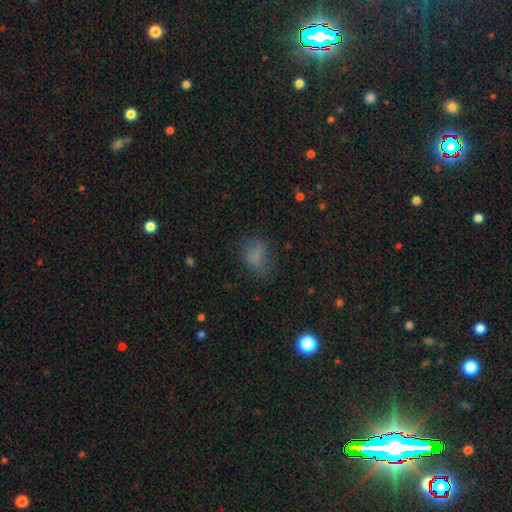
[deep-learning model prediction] A smooth galaxy with no disk features (73%) that is in between round and cigar-shaped (72%). Merging: none (60%).